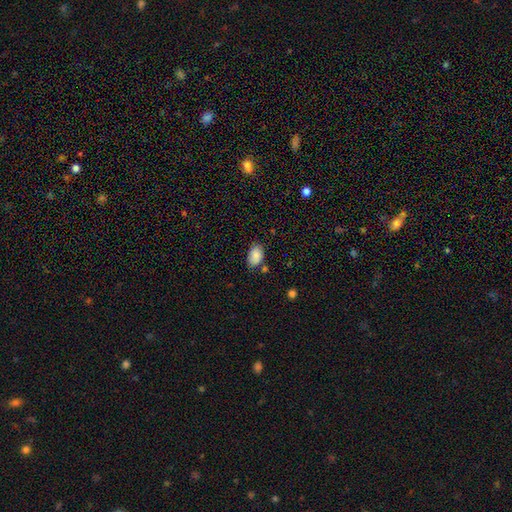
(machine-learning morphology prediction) Smooth or featured?
  - smooth: 85% *
  - featured or disk: 8%
  - star or artifact: 8%
How rounded?
  - in between: 90% *
  - round: 9%
  - cigar-shaped: 1%
Merging?
  - none: 73% *
  - minor disturbance: 18%
  - merger: 5%
  - major disturbance: 3%